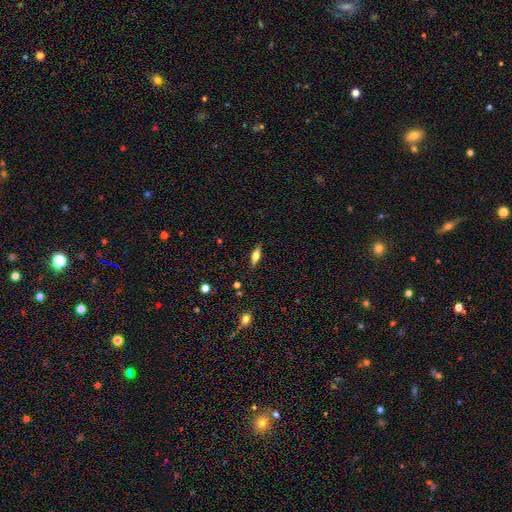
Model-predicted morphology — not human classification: type=featured or disk (46%); merging=none (87%).